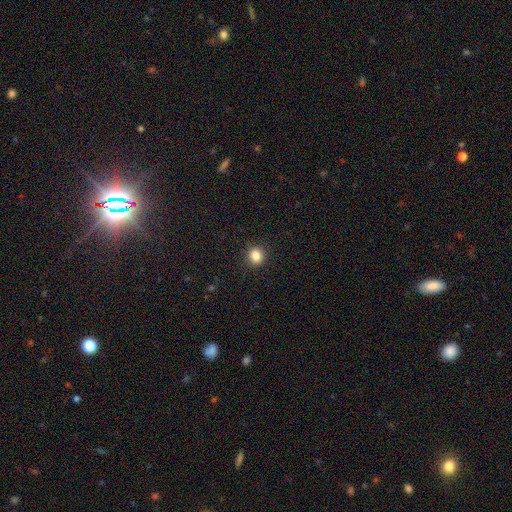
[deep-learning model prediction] A smooth galaxy with no disk features (85%) that is round (84%). Merging: none (91%).